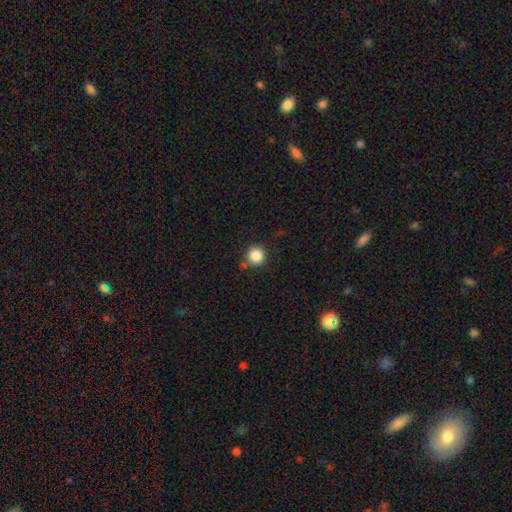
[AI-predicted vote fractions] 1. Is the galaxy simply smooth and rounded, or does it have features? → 86% smooth, 10% star or artifact, 4% featured or disk.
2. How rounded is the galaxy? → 95% round, 4% in between, 1% cigar-shaped.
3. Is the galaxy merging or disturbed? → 83% none, 9% minor disturbance, 5% merger, 3% major disturbance.